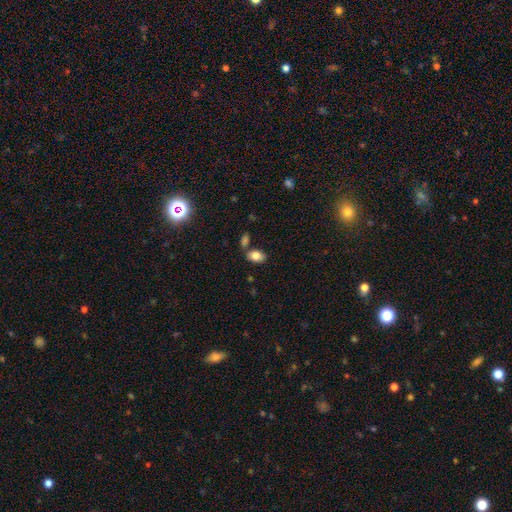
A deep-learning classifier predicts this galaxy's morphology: This appears to be a smooth galaxy with no disk features (83%) that is in between round and cigar-shaped (89%). Merging: none (72%).